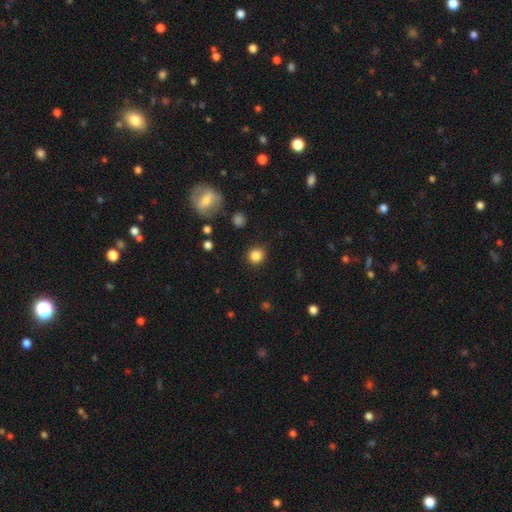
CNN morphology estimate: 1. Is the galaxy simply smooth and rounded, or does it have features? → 85% smooth, 11% star or artifact, 4% featured or disk.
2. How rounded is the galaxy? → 88% round, 11% in between, 1% cigar-shaped.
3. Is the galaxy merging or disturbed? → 88% none, 8% minor disturbance, 3% major disturbance, 2% merger.